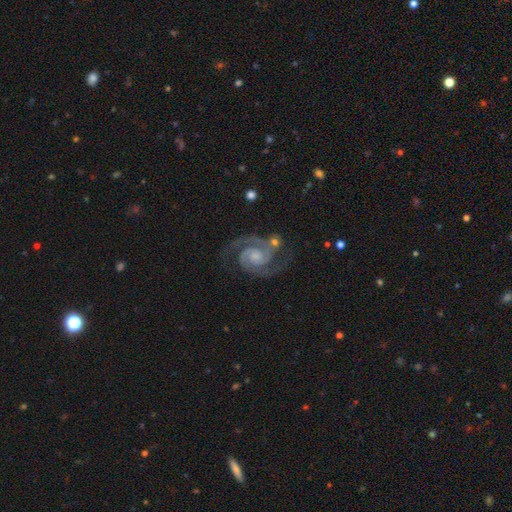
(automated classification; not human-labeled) A featured or disk galaxy (92%) with no bar (62%), 2 (92%) medium (50%) spiral arms (99%) and a small central bulge (49%).

Vote fractions:
- Smooth or featured? featured or disk: 92% / star or artifact: 5% / smooth: 3%
- Edge-on disk? no: 98% / yes: 2%
- Bar? no: 62% / weak: 30% / strong: 8%
- Spiral arms? yes: 99% / no: 1%
- Spiral winding? medium: 50% / tight: 42% / loose: 7%
- Spiral arm count? 2: 92% / 3: 3% / can't tell: 2% / 1: 1% / 4: 1% / more than 4: 1%
- Bulge size? small: 49% / moderate: 30% / none: 16% / large: 4% / dominant: 1%
- Merging? none: 74% / minor disturbance: 15% / major disturbance: 6% / merger: 5%